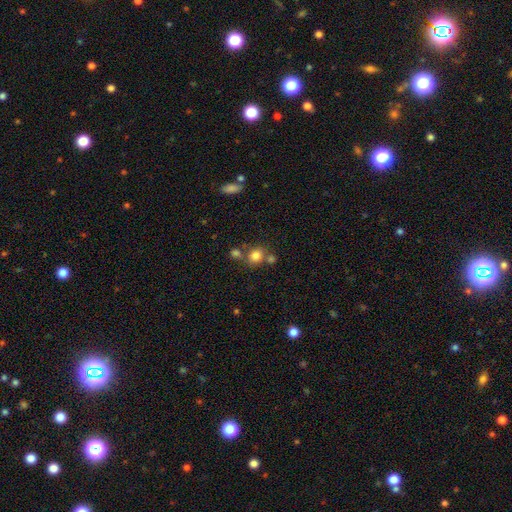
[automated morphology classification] Smooth or featured? smooth (80%)
How rounded? round (76%)
Merging? none (61%)